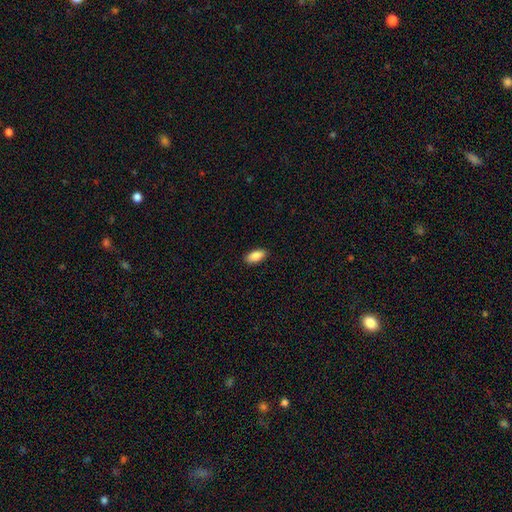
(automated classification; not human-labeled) Smooth or featured? Predicted: smooth (p=0.89). How rounded? Predicted: in between (p=0.91). Merging? Predicted: none (p=0.89).